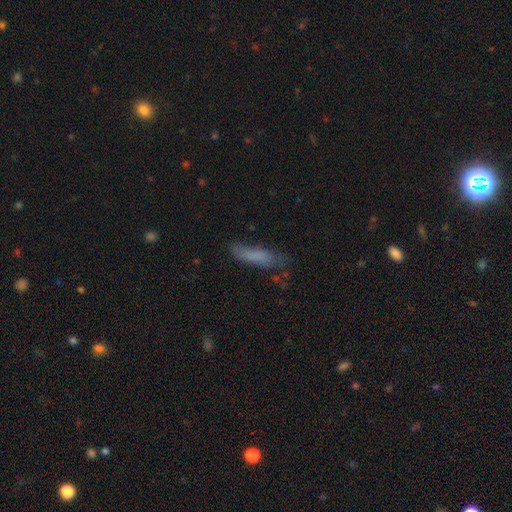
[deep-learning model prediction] Smooth or featured: smooth — 74% (featured or disk — 17%)
How rounded: cigar-shaped — 71% (in between — 27%)
Merging: none — 60% (minor disturbance — 26%)